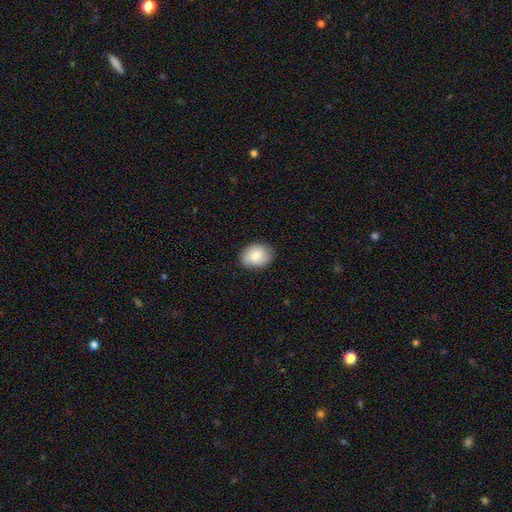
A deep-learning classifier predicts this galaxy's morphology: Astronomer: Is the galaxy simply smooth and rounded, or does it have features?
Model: smooth — 80%.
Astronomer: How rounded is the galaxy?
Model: in between — 65%.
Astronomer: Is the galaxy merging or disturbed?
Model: none — 83%.